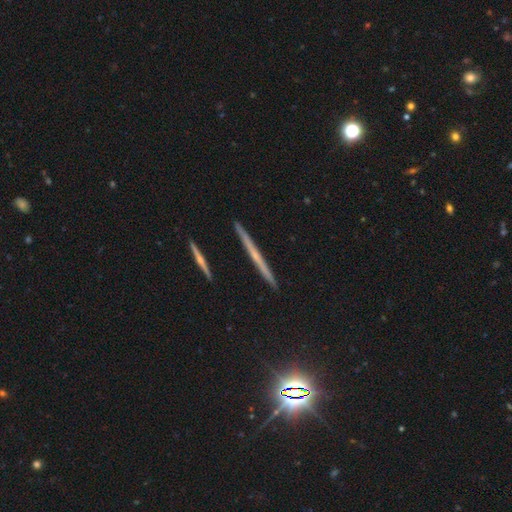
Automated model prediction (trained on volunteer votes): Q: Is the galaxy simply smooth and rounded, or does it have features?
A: featured or disk — 63%.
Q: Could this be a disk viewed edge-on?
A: yes — 98%.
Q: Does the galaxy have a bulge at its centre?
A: none — 67%.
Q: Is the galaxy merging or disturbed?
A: none — 91%.